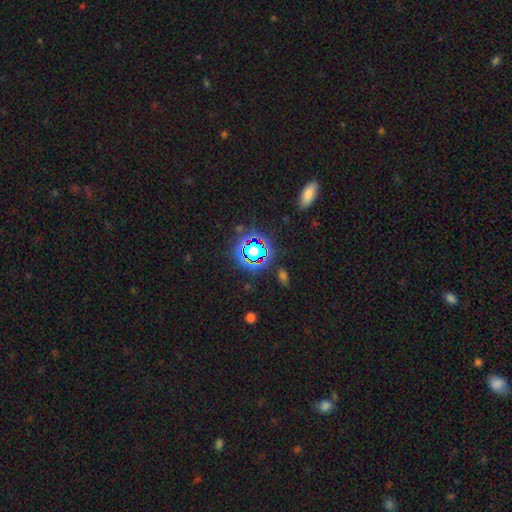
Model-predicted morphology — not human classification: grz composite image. It shows a star or artifact, not a galaxy (74%).